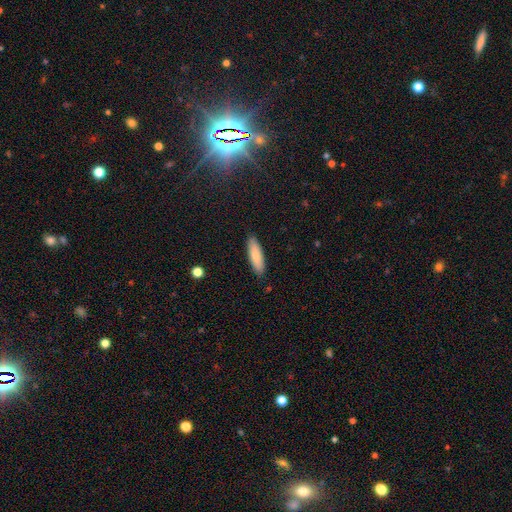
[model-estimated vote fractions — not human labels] Q: Smooth or featured?
A: smooth (80%); runner-up: featured or disk (14%)
Q: How rounded?
A: cigar-shaped (57%); runner-up: in between (42%)
Q: Merging?
A: none (87%); runner-up: minor disturbance (10%)